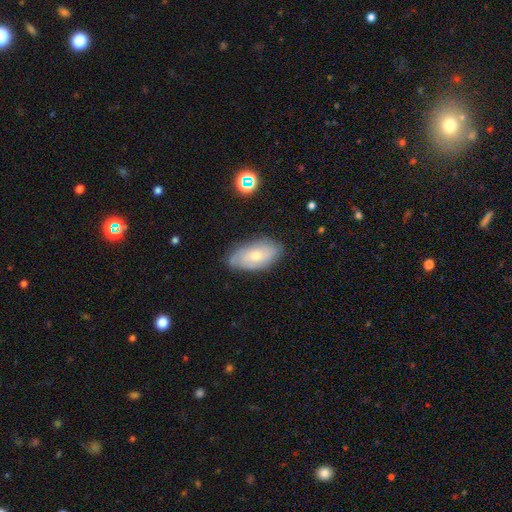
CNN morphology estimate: Q: Smooth or featured?
A: smooth (50%); runner-up: featured or disk (42%)
Q: How rounded?
A: in between (93%); runner-up: round (4%)
Q: Merging?
A: none (70%); runner-up: minor disturbance (23%)